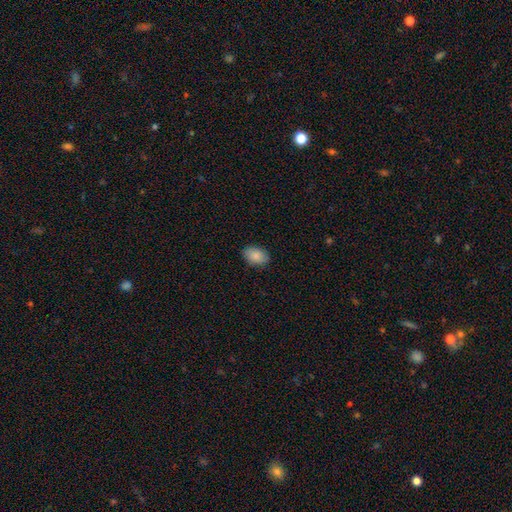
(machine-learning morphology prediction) Smooth or featured? Predicted: smooth (p=0.86). How rounded? Predicted: in between (p=0.87). Merging? Predicted: none (p=0.87).